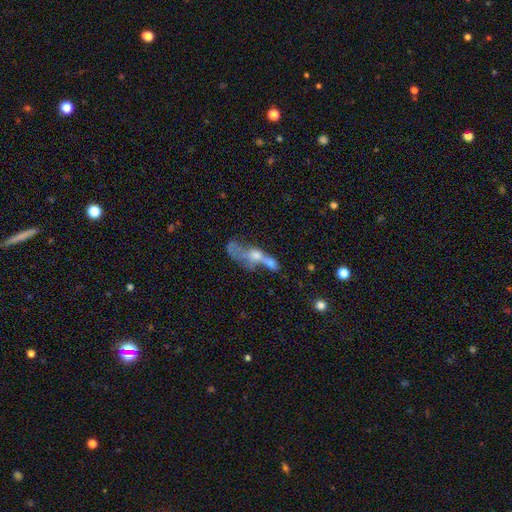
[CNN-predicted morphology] Smooth or featured? Predicted: featured or disk (p=0.46). Merging? Predicted: merger (p=0.54).